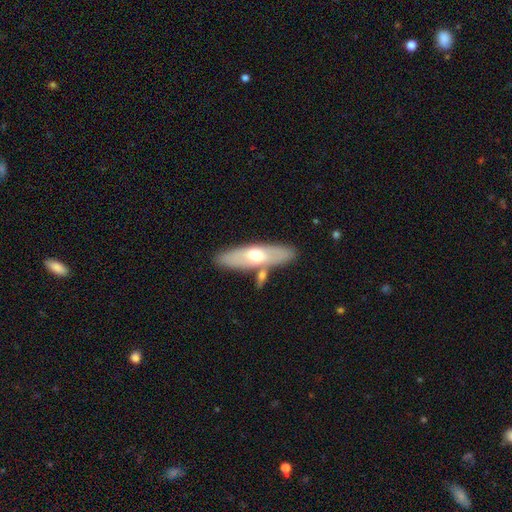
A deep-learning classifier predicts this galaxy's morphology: This appears to be a smooth galaxy with no disk features (51%) that is cigar-shaped (54%). Merging: none (74%).